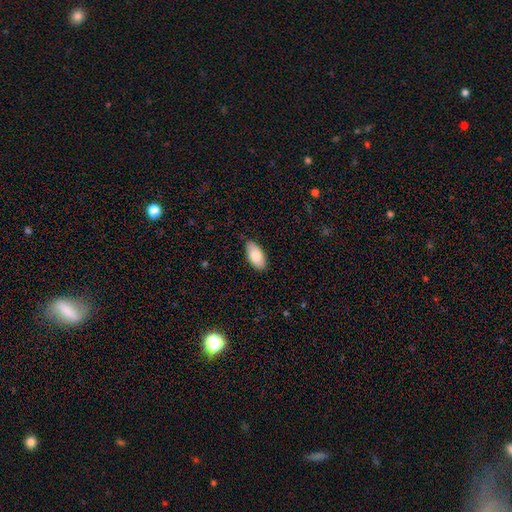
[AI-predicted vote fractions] Smooth or featured? Predicted: smooth (p=0.84). How rounded? Predicted: in between (p=0.93). Merging? Predicted: none (p=0.81).